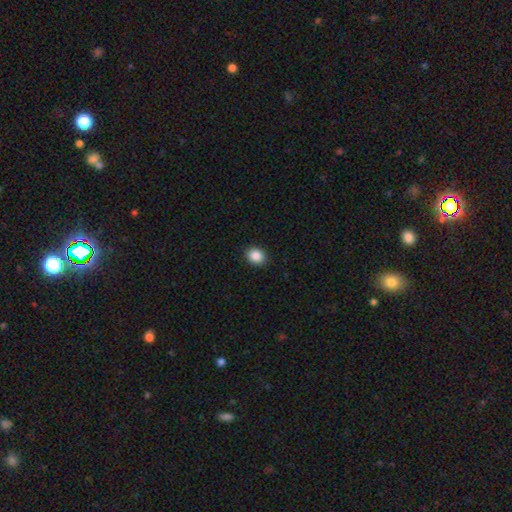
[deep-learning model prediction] Overall: smooth (88%). How rounded: round (57%; in between 42%). Merging: none (91%).